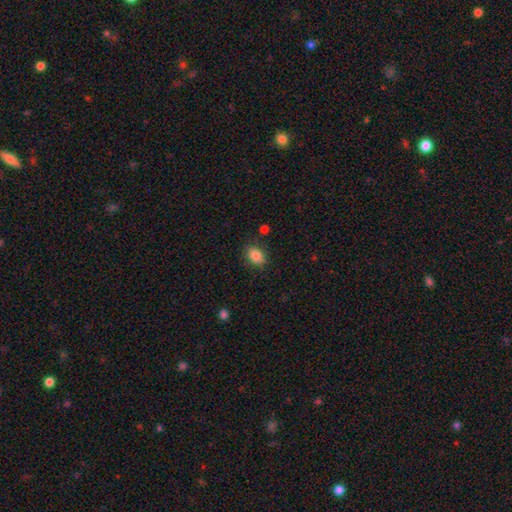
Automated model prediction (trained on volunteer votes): smooth 84%, star or artifact 9%, featured or disk 7%. Down the decision tree: how rounded — in between (72%); merging — none (81%).